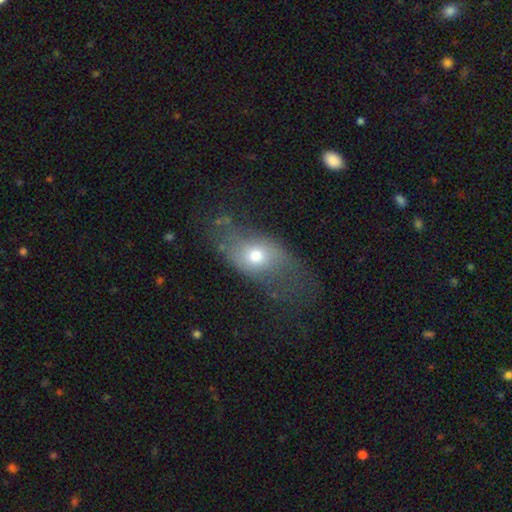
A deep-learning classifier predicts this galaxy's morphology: This appears to be a smooth galaxy with no disk features (61%) that is in between round and cigar-shaped (76%). Merging: none (45%).